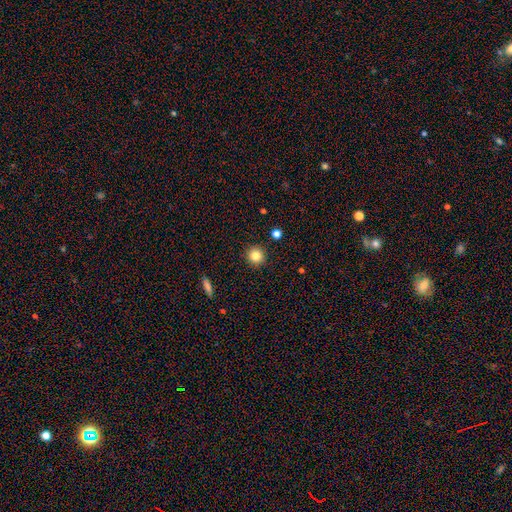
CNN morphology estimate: This appears to be a smooth galaxy with no disk features (82%) that is round (94%). Merging: none (92%).